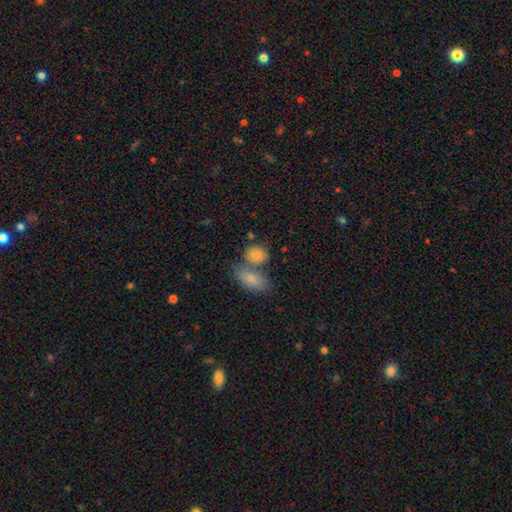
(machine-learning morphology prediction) smooth 77%, star or artifact 11%, featured or disk 11%. Down the decision tree: how rounded — in between (61%); merging — none (44%).